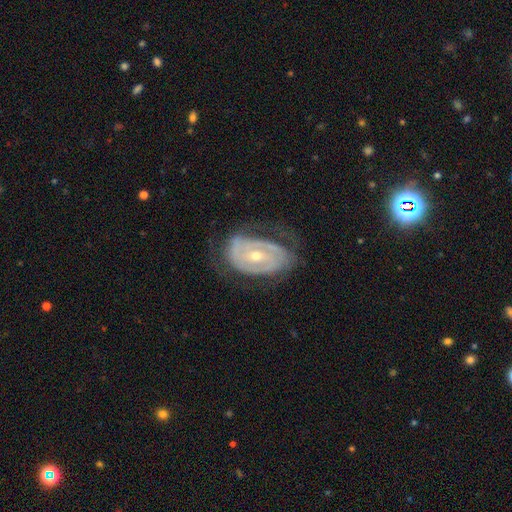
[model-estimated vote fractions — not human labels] featured or disk 82%, smooth 12%, star or artifact 6%. Down the decision tree: edge-on disk — no (95%); bar — no (50%); spiral arms — yes (81%); spiral arm count — 2 (44%); spiral winding — tight (61%); bulge size — small (51%); merging — none (54%).